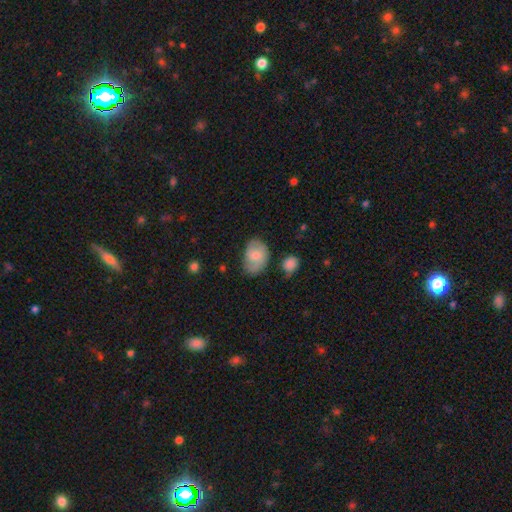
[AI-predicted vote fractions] Morphology: type=smooth (65%); roundness=in between (80%); merging=none (63%).